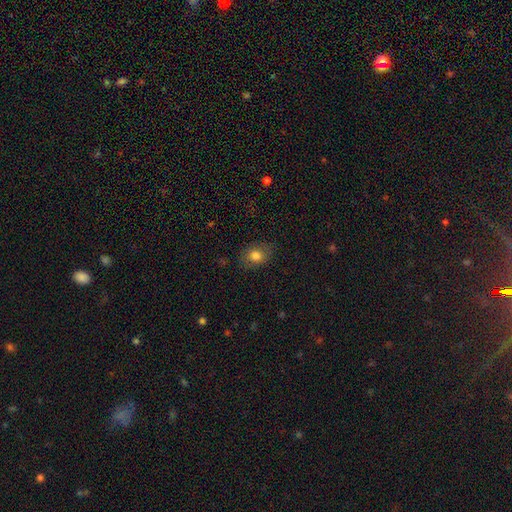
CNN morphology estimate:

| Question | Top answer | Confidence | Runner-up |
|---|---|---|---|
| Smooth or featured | smooth | 79% | featured or disk (11%) |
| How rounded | in between | 55% | round (44%) |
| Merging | none | 81% | minor disturbance (14%) |